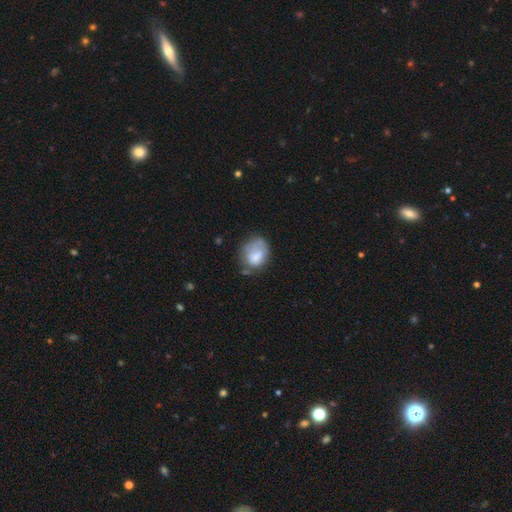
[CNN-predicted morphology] Q: Smooth or featured?
A: smooth (67%); runner-up: featured or disk (25%)
Q: How rounded?
A: in between (57%); runner-up: round (42%)
Q: Merging?
A: none (41%); runner-up: minor disturbance (31%)